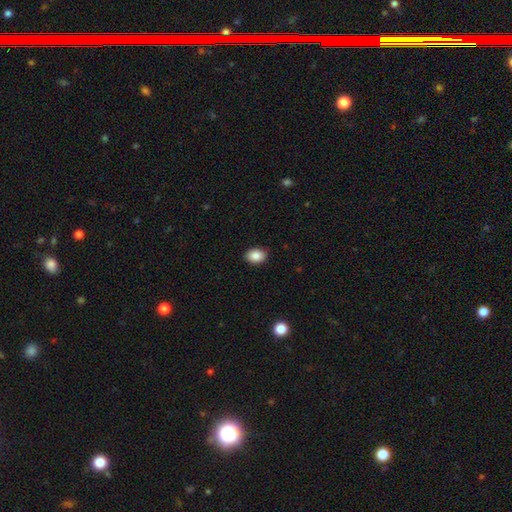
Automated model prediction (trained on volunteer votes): Overall: smooth (88%). How rounded: in between (69%; round 30%). Merging: none (89%).